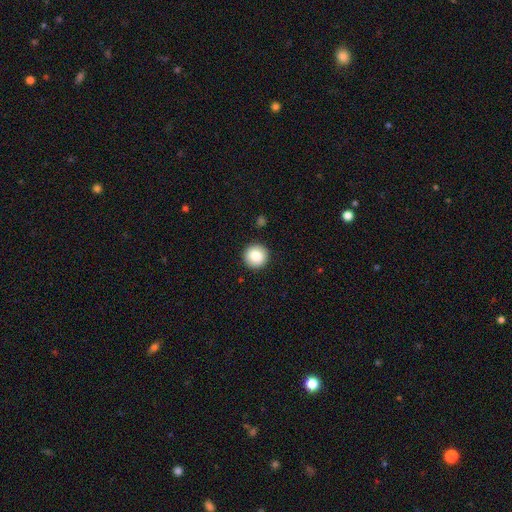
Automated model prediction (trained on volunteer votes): Overall: smooth (85%). How rounded: round (95%). Merging: none (92%).